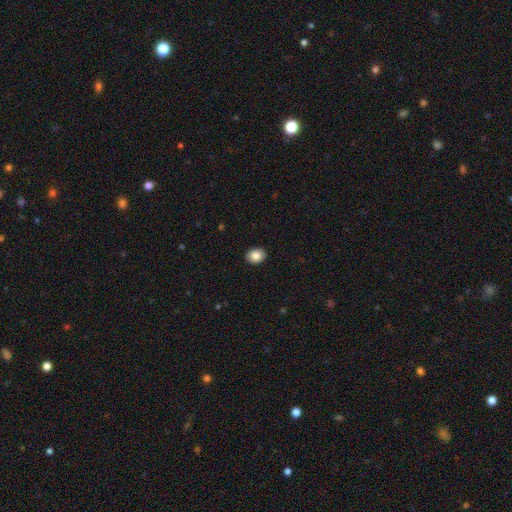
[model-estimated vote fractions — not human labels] Smooth or featured? Predicted: smooth (p=0.84). How rounded? Predicted: in between (p=0.58). Merging? Predicted: none (p=0.91).